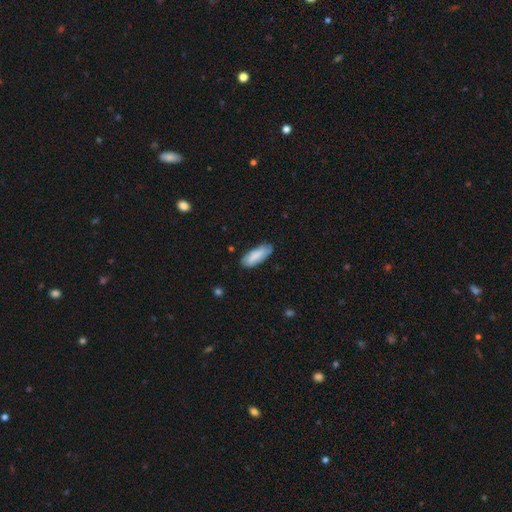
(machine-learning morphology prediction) This is likely a smooth galaxy (79%). How rounded: likely in between (75%). Merging: likely none (77%).